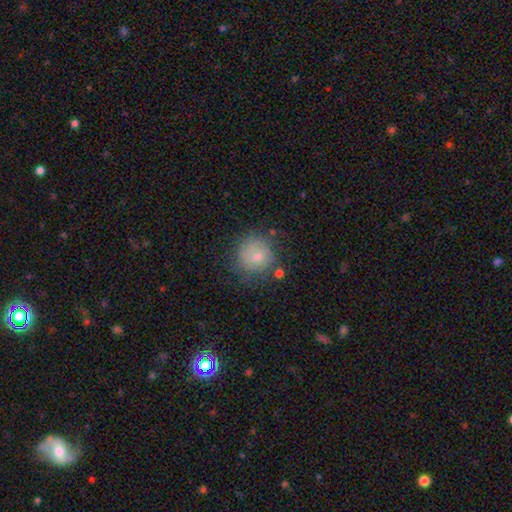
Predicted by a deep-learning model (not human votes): Morphology: type=smooth (68%); roundness=round (88%); merging=none (63%).